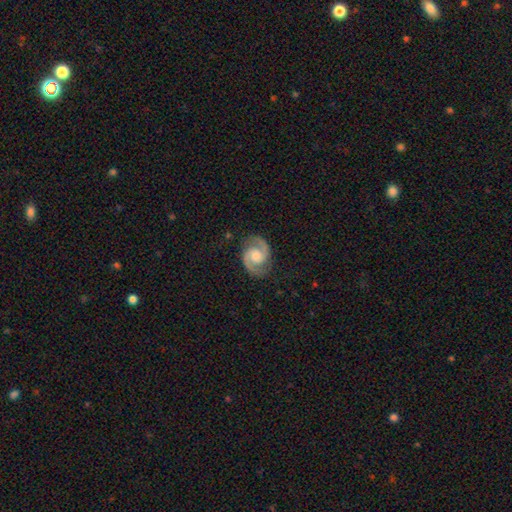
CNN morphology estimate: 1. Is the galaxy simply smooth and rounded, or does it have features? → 91% featured or disk, 5% smooth, 4% star or artifact.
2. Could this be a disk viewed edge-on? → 98% no, 2% yes.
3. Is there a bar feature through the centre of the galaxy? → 56% no, 36% weak, 8% strong.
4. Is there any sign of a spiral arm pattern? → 98% yes, 2% no.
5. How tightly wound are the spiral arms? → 61% medium, 27% tight, 13% loose.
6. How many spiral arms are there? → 95% 2, 1% can't tell, 1% 1, 1% 3, 1% 4, 1% more than 4.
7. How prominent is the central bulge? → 54% moderate, 19% small, 15% large, 9% none, 2% dominant.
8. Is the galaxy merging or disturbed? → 85% none, 11% minor disturbance, 3% major disturbance, 1% merger.